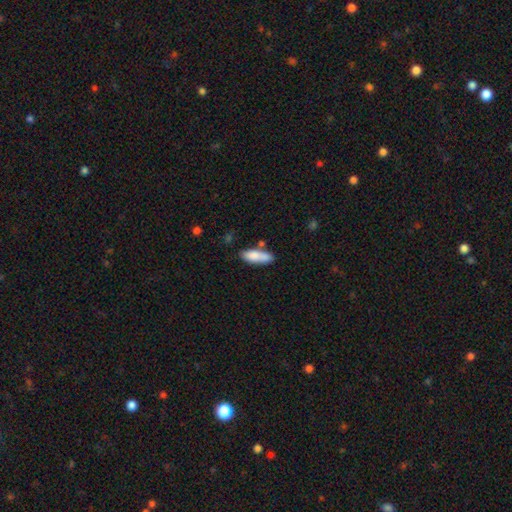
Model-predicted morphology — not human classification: smooth-or-featured: smooth: 82% | featured or disk: 12% | star or artifact: 6%
  how-rounded: in between: 60% | cigar-shaped: 38% | round: 2%
  merging: none: 65% | minor disturbance: 19% | merger: 12% | major disturbance: 4%